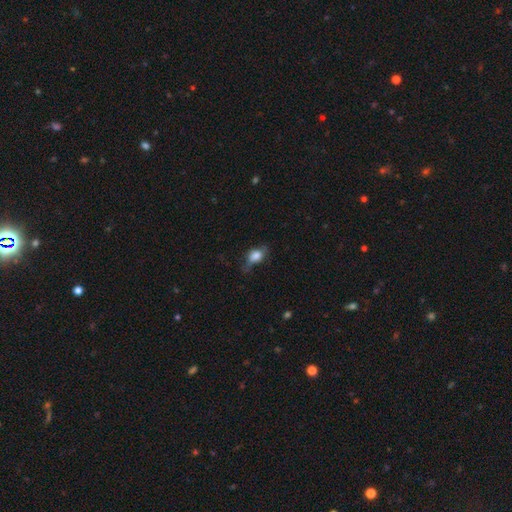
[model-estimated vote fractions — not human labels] This is likely a smooth galaxy (72%). How rounded: likely in between (67%). Merging: possibly none (46%).